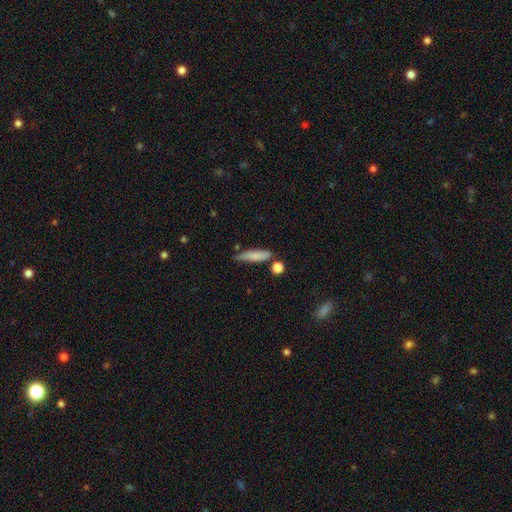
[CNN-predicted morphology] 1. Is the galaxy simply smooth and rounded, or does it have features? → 78% smooth, 15% featured or disk, 7% star or artifact.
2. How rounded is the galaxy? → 68% cigar-shaped, 30% in between, 3% round.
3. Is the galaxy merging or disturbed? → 60% none, 26% minor disturbance, 8% merger, 6% major disturbance.